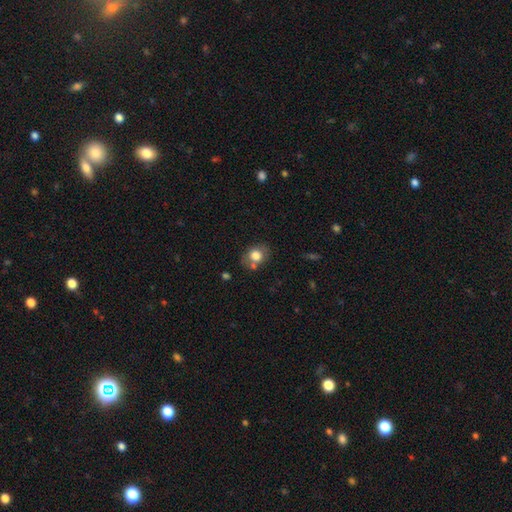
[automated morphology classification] A smooth galaxy with no disk features (76%) that is round (53%).

Vote fractions:
- Smooth or featured? smooth: 76% / featured or disk: 14% / star or artifact: 9%
- How rounded? round: 53% / in between: 46% / cigar-shaped: 1%
- Merging? none: 65% / minor disturbance: 17% / merger: 13% / major disturbance: 5%